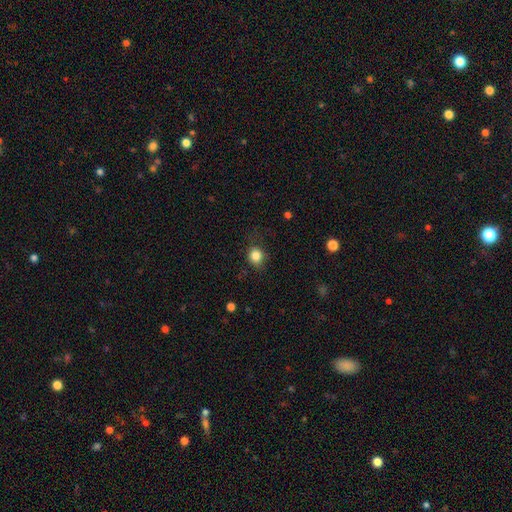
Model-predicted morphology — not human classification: Smooth or featured: smooth — 83% (star or artifact — 11%)
How rounded: round — 75% (in between — 24%)
Merging: none — 75% (minor disturbance — 18%)